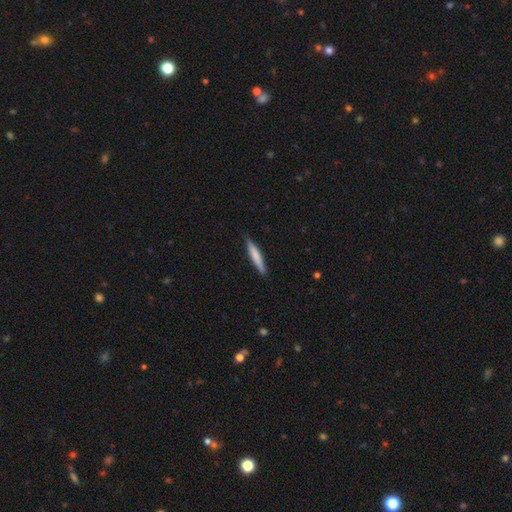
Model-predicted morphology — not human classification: smooth 69%, featured or disk 26%, star or artifact 5%. Down the decision tree: how rounded — cigar-shaped (92%); merging — none (86%).